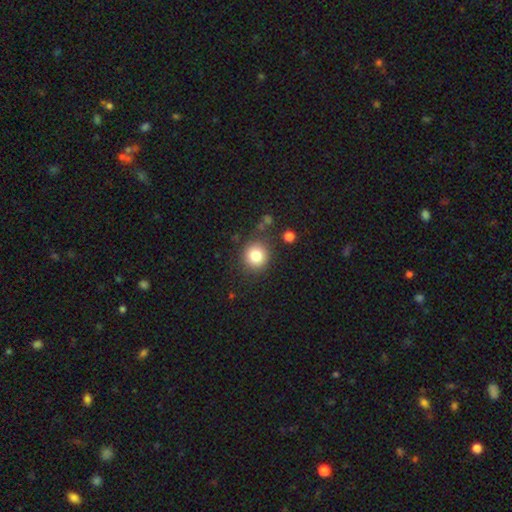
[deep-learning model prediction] Morphology: type=smooth (81%); roundness=round (90%); merging=none (84%).